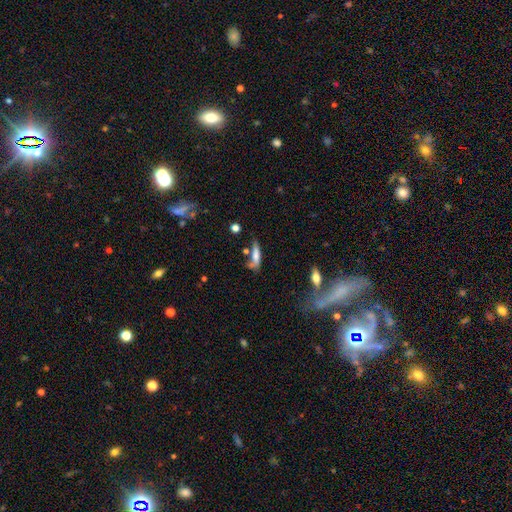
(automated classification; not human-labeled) smooth_or_featured: smooth (p=0.64) [alt: featured or disk p=0.27]
how_rounded: cigar-shaped (p=0.66) [alt: in between p=0.31]
merging: none (p=0.45) [alt: minor disturbance p=0.25]